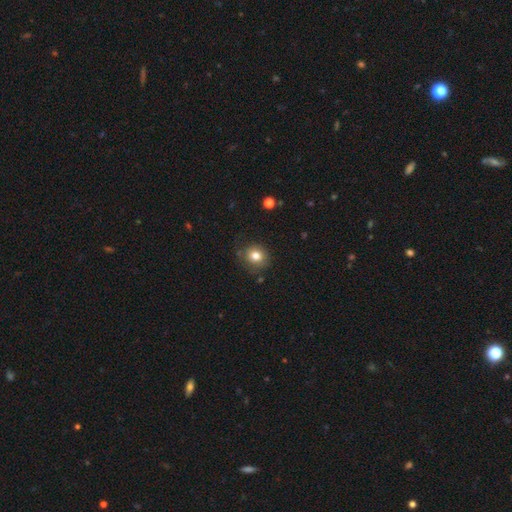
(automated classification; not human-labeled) smooth_or_featured: smooth (p=0.79) [alt: star or artifact p=0.12]
how_rounded: round (p=0.84) [alt: in between p=0.15]
merging: none (p=0.80) [alt: minor disturbance p=0.14]